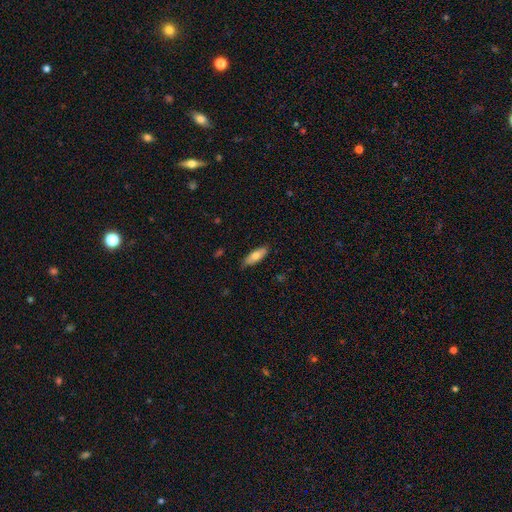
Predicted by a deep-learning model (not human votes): smooth_or_featured: smooth (p=0.74) [alt: featured or disk p=0.20]
how_rounded: in between (p=0.64) [alt: cigar-shaped p=0.34]
merging: none (p=0.83) [alt: minor disturbance p=0.13]